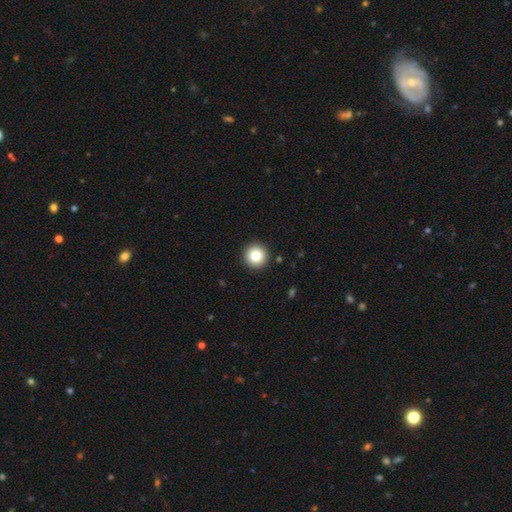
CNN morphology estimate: This appears to be a smooth galaxy with no disk features (83%) that is round (96%). Merging: none (93%).